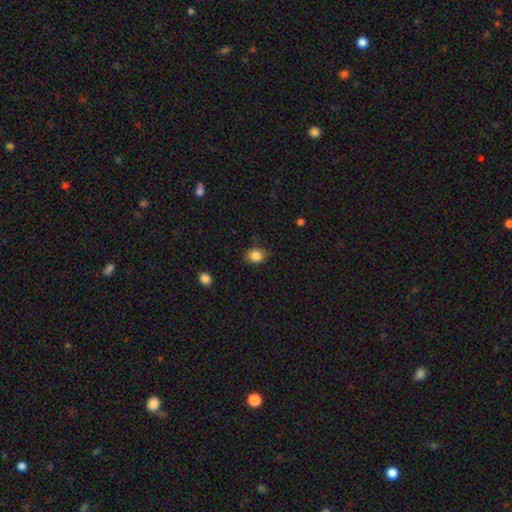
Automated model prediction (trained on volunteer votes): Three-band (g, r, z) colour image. It shows a smooth galaxy with no disk features (85%) that is round (55%). Merging: none (81%).